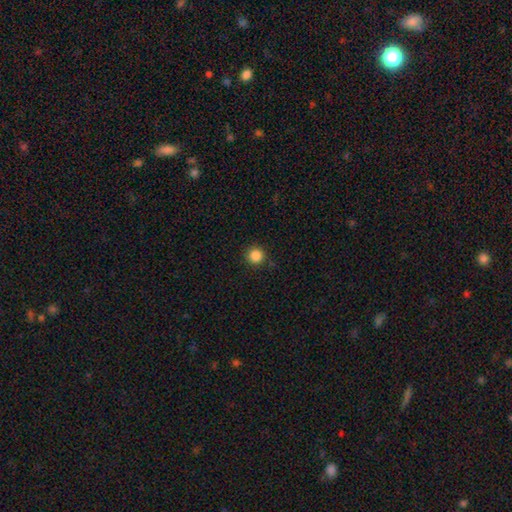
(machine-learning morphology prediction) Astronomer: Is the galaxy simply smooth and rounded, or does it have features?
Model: smooth — 86%.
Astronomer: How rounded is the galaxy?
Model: round — 95%.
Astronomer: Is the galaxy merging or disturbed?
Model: none — 91%.